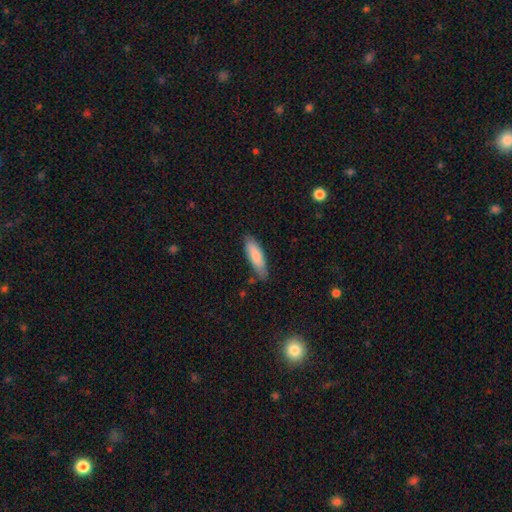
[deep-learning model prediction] smooth-or-featured: smooth: 82% | featured or disk: 13% | star or artifact: 5%
  how-rounded: cigar-shaped: 54% | in between: 45% | round: 1%
  merging: none: 76% | minor disturbance: 19% | major disturbance: 3% | merger: 2%